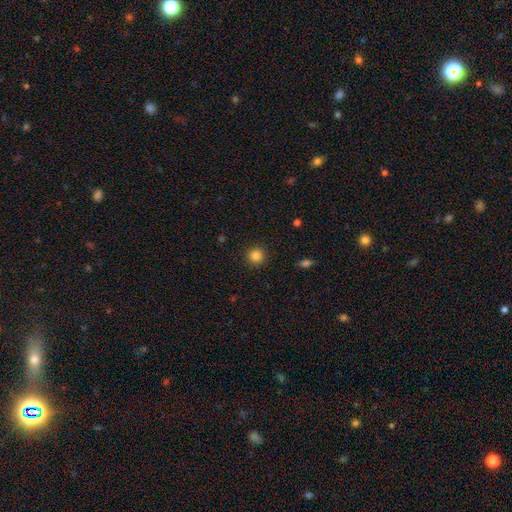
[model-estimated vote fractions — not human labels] Morphology: type=smooth (84%); roundness=round (94%); merging=none (91%).